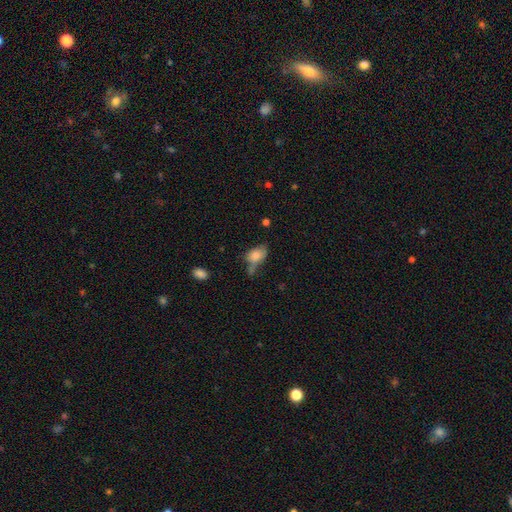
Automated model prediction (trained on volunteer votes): The model was most divided on "merging": none: 37%, minor disturbance: 28%, merger: 19%, major disturbance: 16%. More confident: how rounded — in between (83%); smooth or featured — smooth (75%).